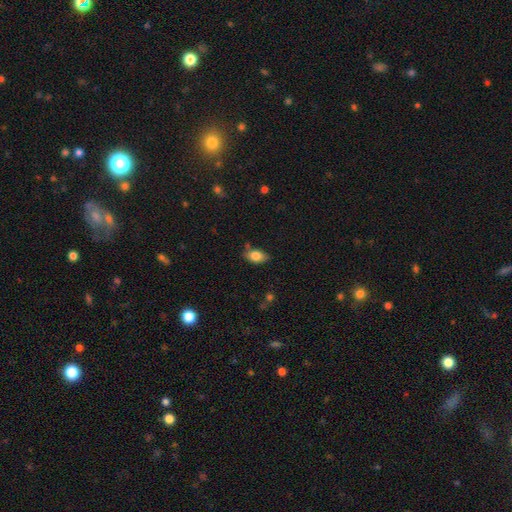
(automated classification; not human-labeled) Smooth or featured? Predicted: smooth (p=0.83). How rounded? Predicted: in between (p=0.88). Merging? Predicted: none (p=0.71).